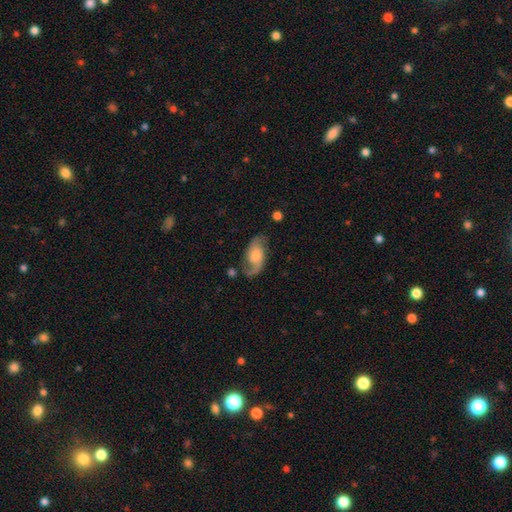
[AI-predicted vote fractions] A featured or disk galaxy (75%) with no bar (65%), 2 (78%) loose (55%) spiral arms (94%) and a moderate central bulge (40%).

Vote fractions:
- Smooth or featured? featured or disk: 75% / smooth: 19% / star or artifact: 6%
- Edge-on disk? no: 96% / yes: 4%
- Bar? no: 65% / weak: 30% / strong: 6%
- Spiral arms? yes: 94% / no: 6%
- Spiral winding? loose: 55% / medium: 35% / tight: 10%
- Spiral arm count? 2: 78% / 1: 16% / can't tell: 4% / 3: 1% / 4: 1% / more than 4: 1%
- Bulge size? moderate: 40% / small: 32% / large: 14% / none: 11% / dominant: 3%
- Merging? none: 62% / minor disturbance: 21% / major disturbance: 13% / merger: 4%